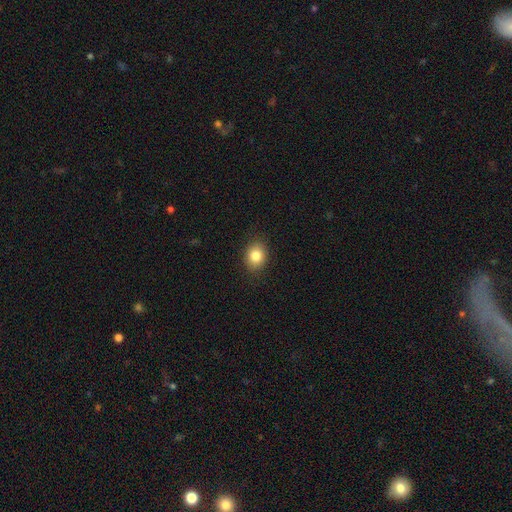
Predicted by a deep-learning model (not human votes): This appears to be a smooth galaxy with no disk features (84%) that is in between round and cigar-shaped (53%). Merging: none (88%).